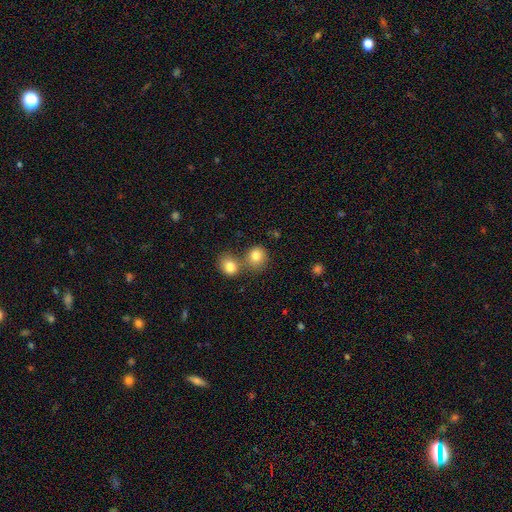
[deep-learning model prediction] Morphology: type=smooth (82%); roundness=round (80%); merging=none (48%).